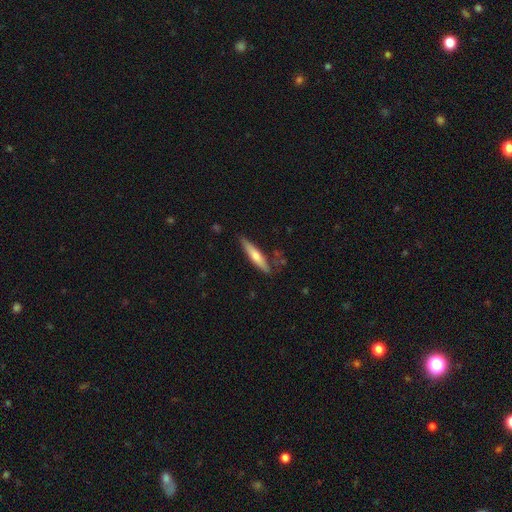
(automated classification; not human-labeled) smooth_or_featured: smooth (p=0.54) [alt: featured or disk p=0.40]
how_rounded: cigar-shaped (p=0.87) [alt: in between p=0.11]
merging: none (p=0.81) [alt: minor disturbance p=0.13]